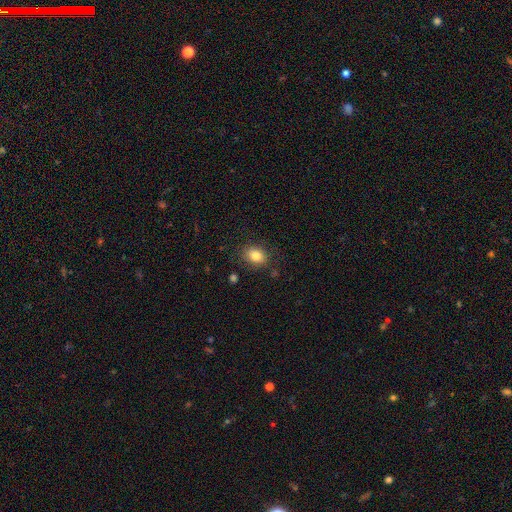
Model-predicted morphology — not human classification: Smooth or featured: smooth — 83% (star or artifact — 10%)
How rounded: in between — 58% (round — 41%)
Merging: none — 82% (minor disturbance — 12%)